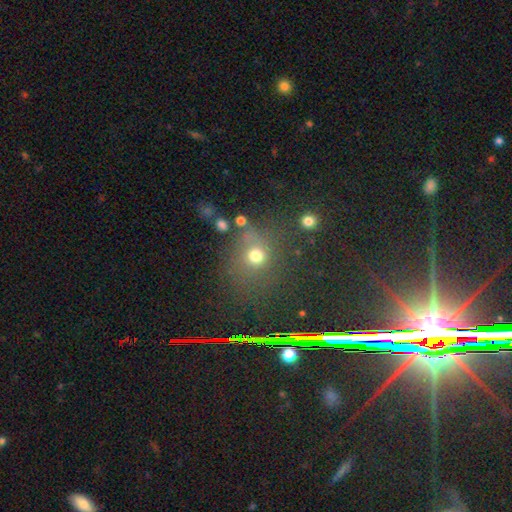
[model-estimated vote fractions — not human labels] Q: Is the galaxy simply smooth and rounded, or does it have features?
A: smooth — 68%.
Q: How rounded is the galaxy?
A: round — 76%.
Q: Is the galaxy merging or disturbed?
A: none — 68%.